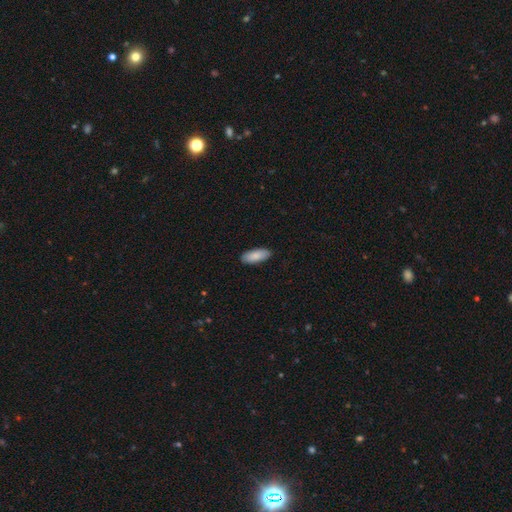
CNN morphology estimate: smooth 87%, featured or disk 7%, star or artifact 5%. Down the decision tree: how rounded — in between (82%); merging — none (89%).